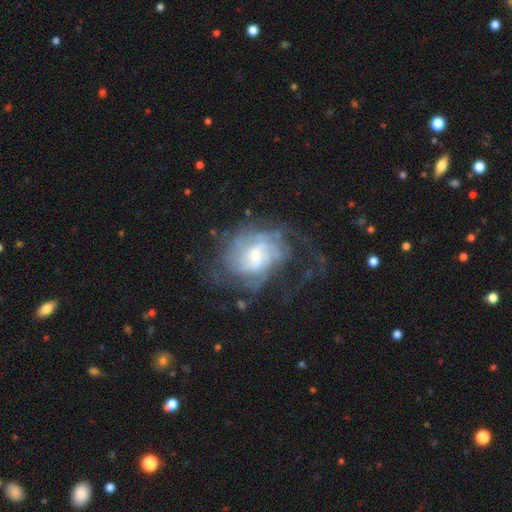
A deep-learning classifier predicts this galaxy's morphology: A featured or disk galaxy (80%) with no bar (51%), tight (48%) spiral arms (89%) and a small central bulge (56%). Merging: none (47%).